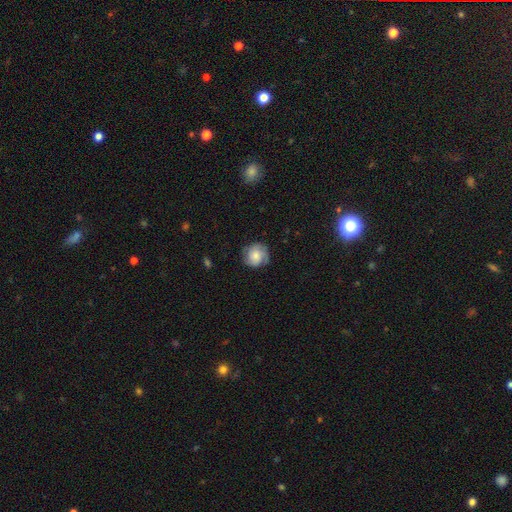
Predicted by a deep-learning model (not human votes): A smooth galaxy with no disk features (49%). Merging: none (71%).